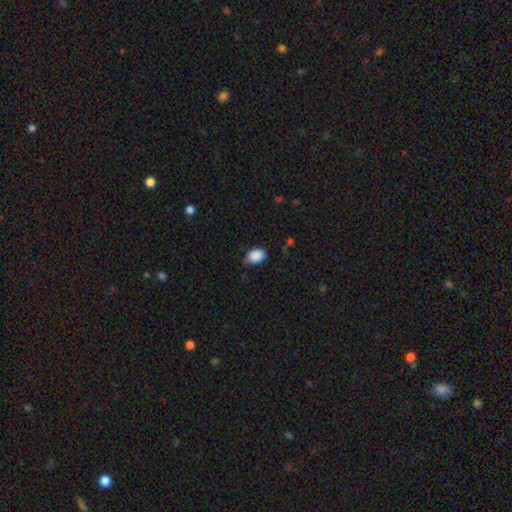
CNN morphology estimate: This is clearly a smooth galaxy (89%). How rounded: likely in between (74%). Merging: likely none (68%).